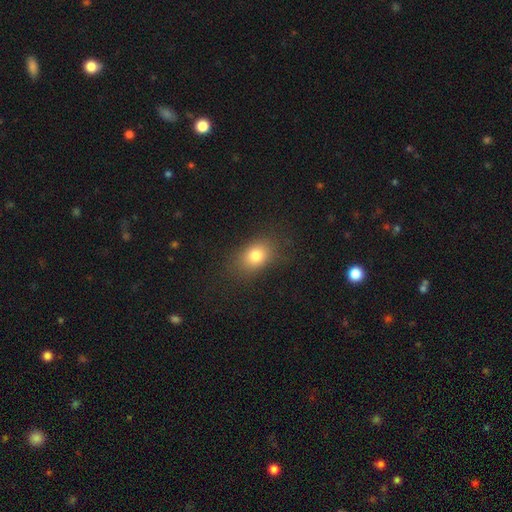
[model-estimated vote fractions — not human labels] Smooth or featured? Predicted: smooth (p=0.79). How rounded? Predicted: in between (p=0.70). Merging? Predicted: none (p=0.80).